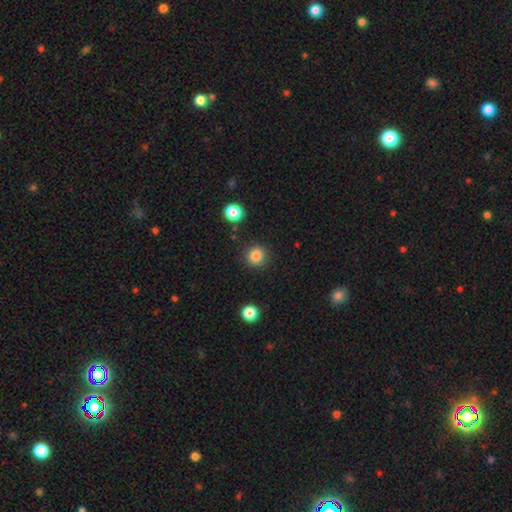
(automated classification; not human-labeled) Morphology: type=smooth (84%); roundness=round (92%); merging=none (90%).